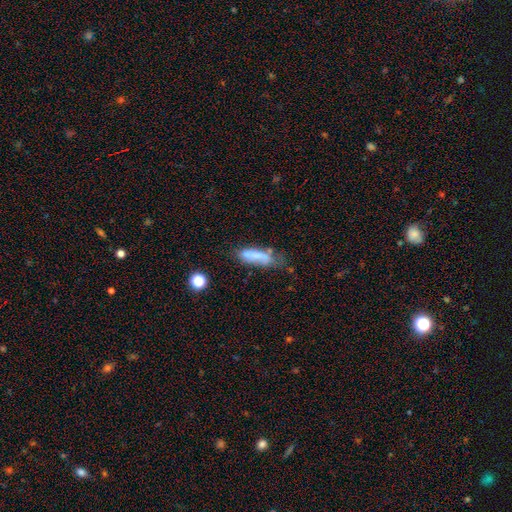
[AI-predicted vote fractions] A smooth galaxy with no disk features (63%) that is in between round and cigar-shaped (50%). Merging: none (36%).